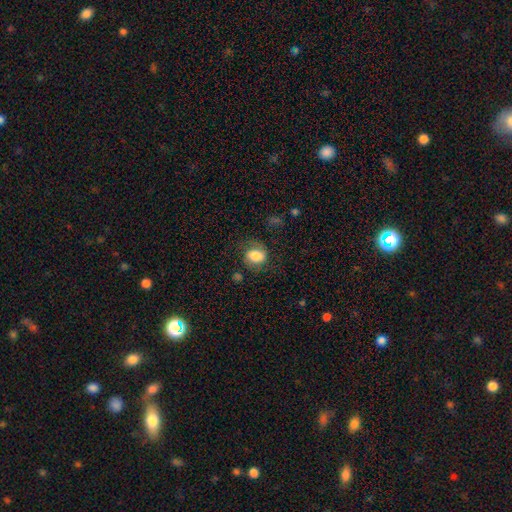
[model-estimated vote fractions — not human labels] This appears to be a smooth galaxy with no disk features (73%) that is in between round and cigar-shaped (53%). Merging: none (61%).